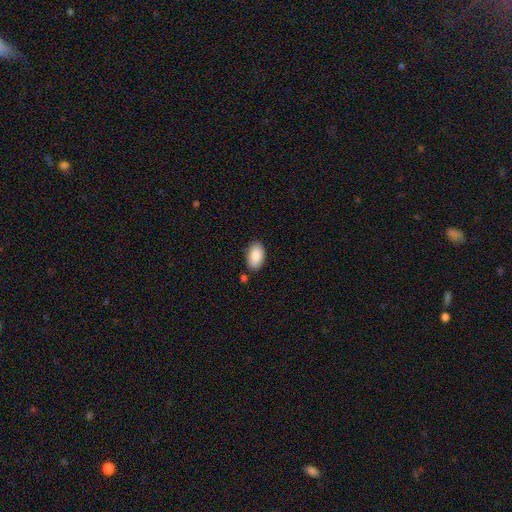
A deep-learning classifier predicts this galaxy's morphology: smooth-or-featured: smooth: 89% | star or artifact: 6% | featured or disk: 5%
  how-rounded: in between: 95% | round: 4% | cigar-shaped: 2%
  merging: none: 83% | minor disturbance: 11% | merger: 4% | major disturbance: 2%